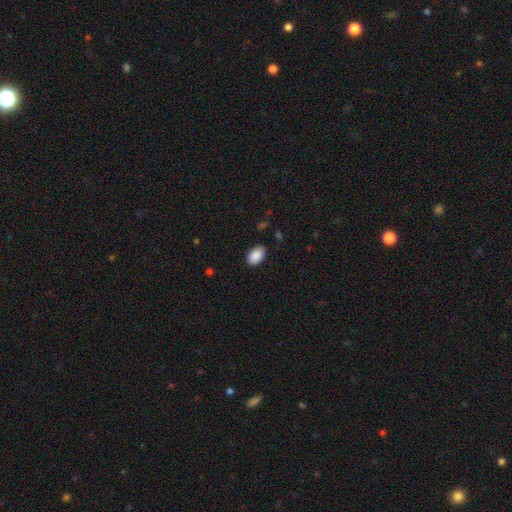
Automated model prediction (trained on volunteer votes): A smooth galaxy with no disk features (90%) that is in between round and cigar-shaped (93%).

Vote fractions:
- Smooth or featured? smooth: 90% / star or artifact: 7% / featured or disk: 3%
- How rounded? in between: 93% / round: 6% / cigar-shaped: 1%
- Merging? none: 87% / minor disturbance: 10% / major disturbance: 2% / merger: 1%